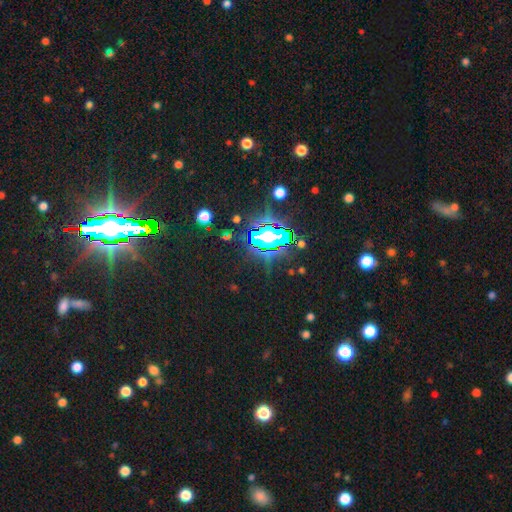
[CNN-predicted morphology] A star or artifact, not a galaxy (84%).

Vote fractions:
- Smooth or featured? star or artifact: 84% / smooth: 8% / featured or disk: 7%